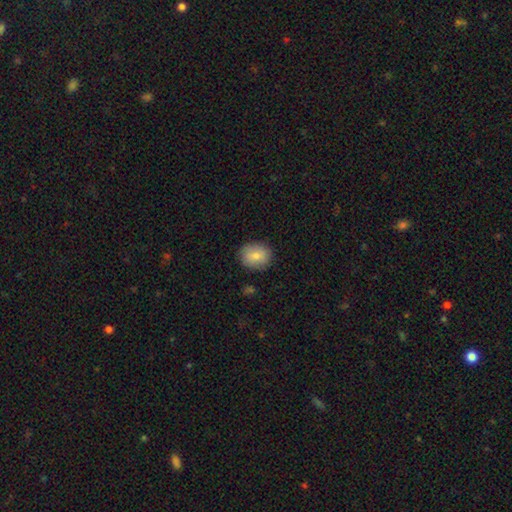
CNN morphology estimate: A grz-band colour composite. It shows a smooth galaxy with no disk features (83%) that is round (61%). Merging: none (85%).